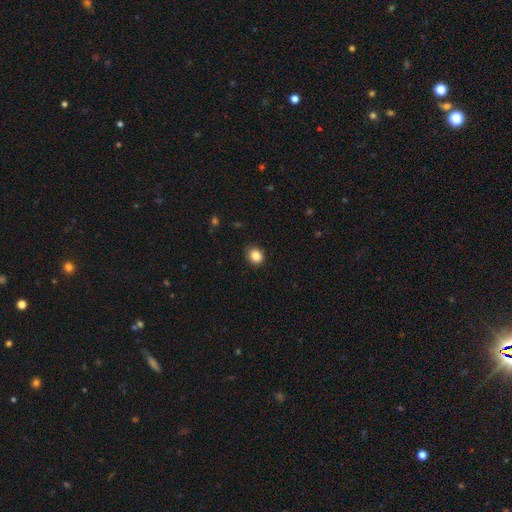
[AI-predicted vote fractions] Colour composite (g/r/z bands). It shows a smooth galaxy with no disk features (86%) that is round (69%). Merging: none (82%).